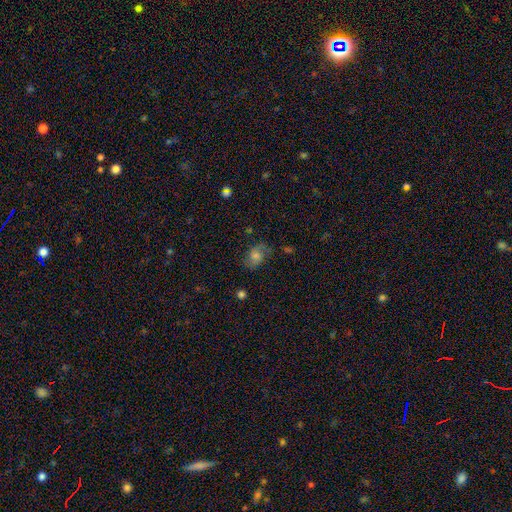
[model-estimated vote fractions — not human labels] This is marginally a featured or disk galaxy (43%). Merging: likely none (71%).